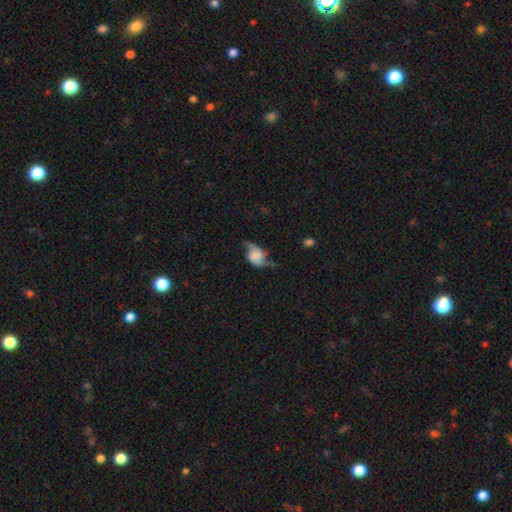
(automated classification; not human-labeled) This appears to be a featured or disk galaxy (75%) with no bar (58%), 2 (91%) loose (70%) spiral arms (93%) and no central bulge (53%). Merging: none (59%).